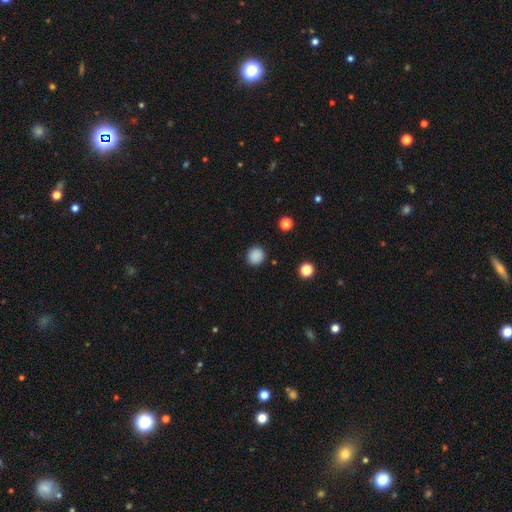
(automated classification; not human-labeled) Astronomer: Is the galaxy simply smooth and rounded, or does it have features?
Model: smooth — 87%.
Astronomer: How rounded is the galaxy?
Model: round — 91%.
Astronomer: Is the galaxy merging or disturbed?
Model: none — 90%.